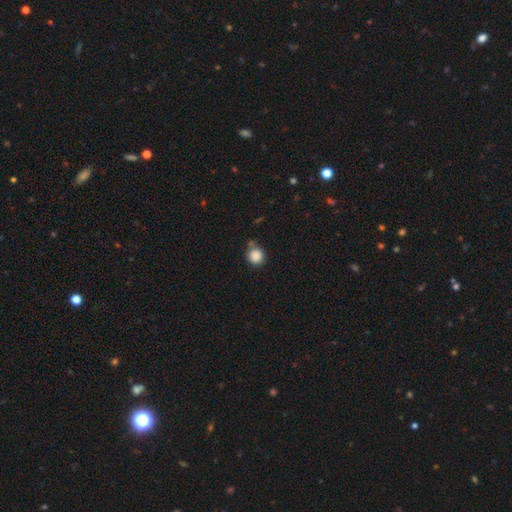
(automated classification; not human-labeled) This appears to be a smooth galaxy with no disk features (87%) that is round (92%). Merging: none (67%).